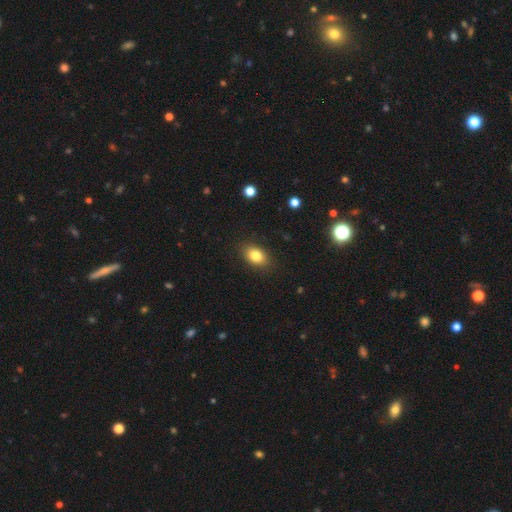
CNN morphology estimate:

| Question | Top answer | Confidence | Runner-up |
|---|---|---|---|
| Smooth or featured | smooth | 82% | star or artifact (9%) |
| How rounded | in between | 82% | round (17%) |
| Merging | none | 87% | minor disturbance (10%) |